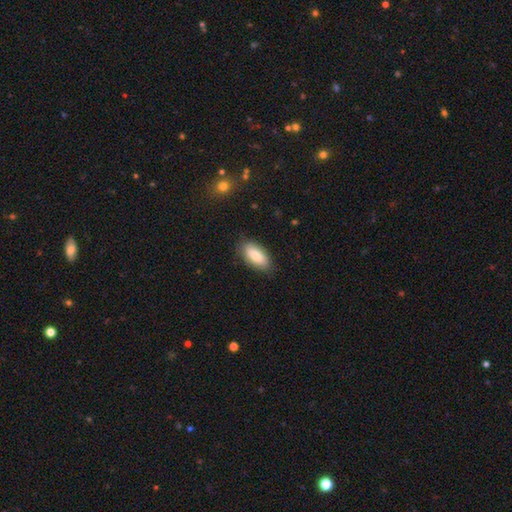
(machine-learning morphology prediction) smooth-or-featured: smooth: 81% | featured or disk: 12% | star or artifact: 6%
  how-rounded: in between: 88% | cigar-shaped: 9% | round: 2%
  merging: none: 83% | minor disturbance: 13% | major disturbance: 3% | merger: 1%